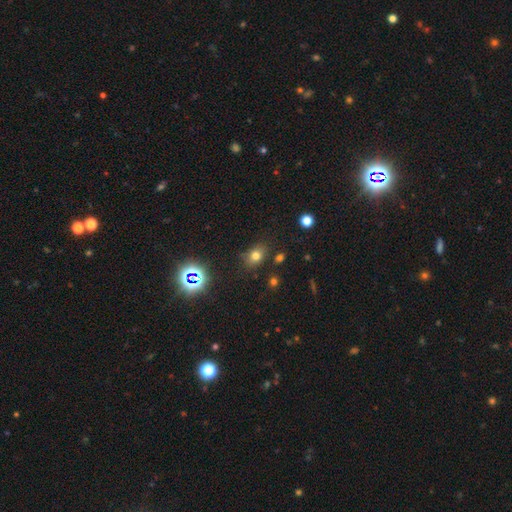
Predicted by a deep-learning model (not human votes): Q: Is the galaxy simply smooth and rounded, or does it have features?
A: smooth — 71%.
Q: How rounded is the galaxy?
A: in between — 63%.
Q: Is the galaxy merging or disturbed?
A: none — 78%.